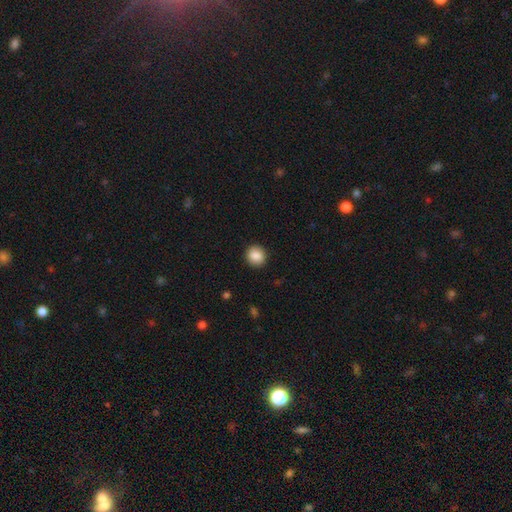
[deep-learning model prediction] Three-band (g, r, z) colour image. It shows a smooth galaxy with no disk features (87%) that is round (91%). Merging: none (92%).